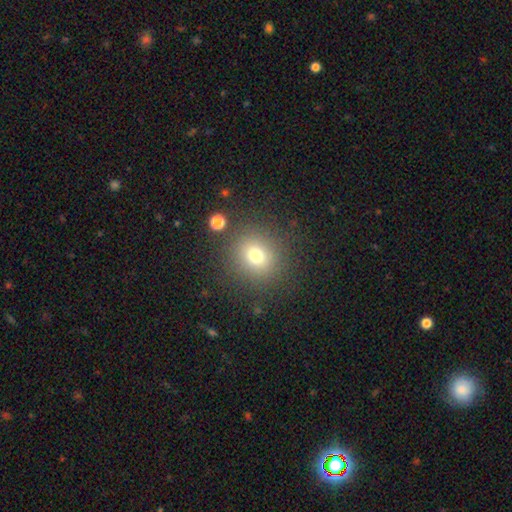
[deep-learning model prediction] smooth 74%, star or artifact 16%, featured or disk 10%. Down the decision tree: how rounded — round (83%); merging — none (85%).